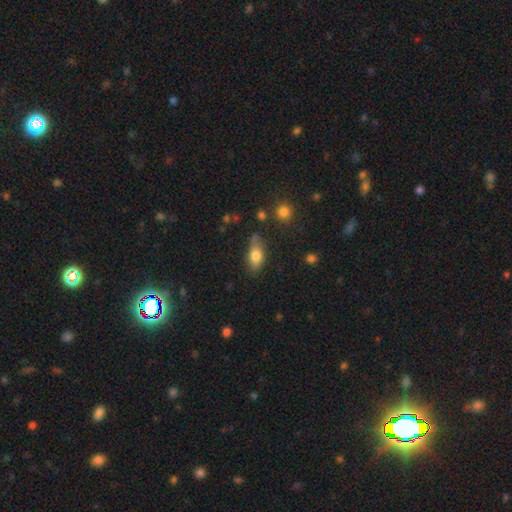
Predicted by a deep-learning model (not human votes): Smooth or featured? Predicted: smooth (p=0.76). How rounded? Predicted: in between (p=0.82). Merging? Predicted: none (p=0.63).